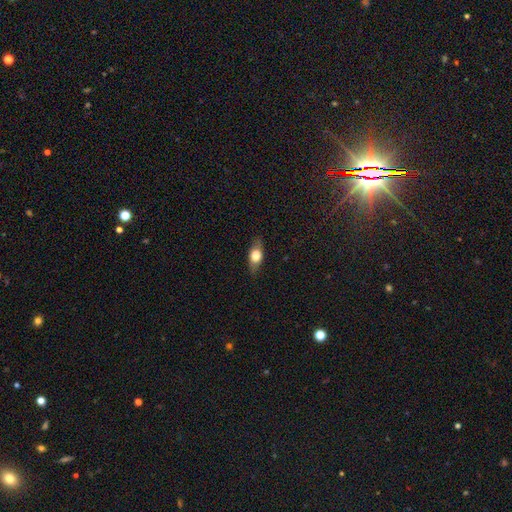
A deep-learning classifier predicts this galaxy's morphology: type=smooth (61%); roundness=in between (73%); merging=none (84%).